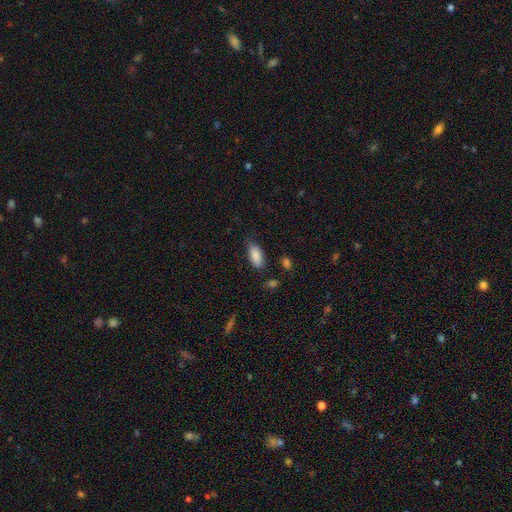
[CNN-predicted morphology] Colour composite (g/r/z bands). It shows a smooth galaxy with no disk features (87%) that is in between round and cigar-shaped (86%). Merging: none (72%).